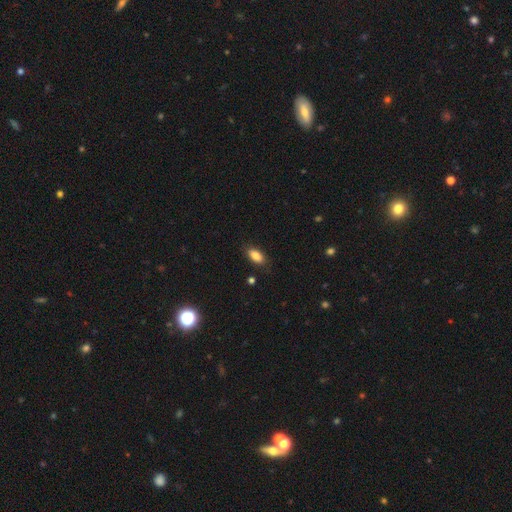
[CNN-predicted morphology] smooth 86%, star or artifact 8%, featured or disk 6%. Down the decision tree: how rounded — in between (89%); merging — none (84%).